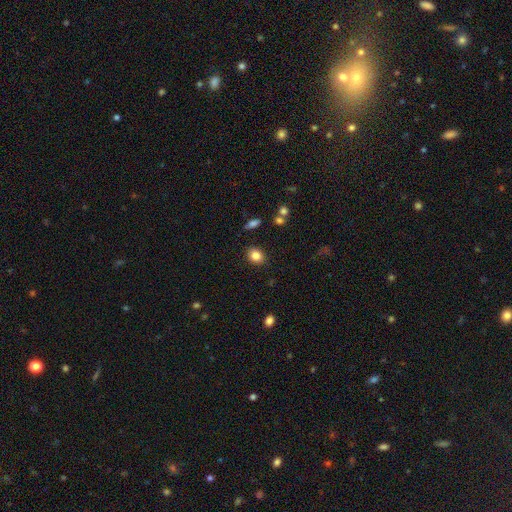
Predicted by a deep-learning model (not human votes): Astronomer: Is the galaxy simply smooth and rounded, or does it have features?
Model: smooth — 84%.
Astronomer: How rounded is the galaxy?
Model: in between — 52% (runner-up: round, 47%).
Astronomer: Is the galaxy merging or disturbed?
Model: none — 87%.